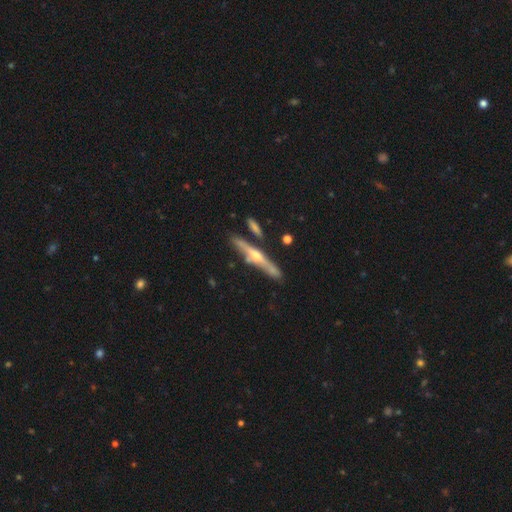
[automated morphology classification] Smooth or featured? featured or disk (79%)
Edge-on disk? yes (96%)
Edge-on bulge? rounded (91%)
Merging? none (78%)